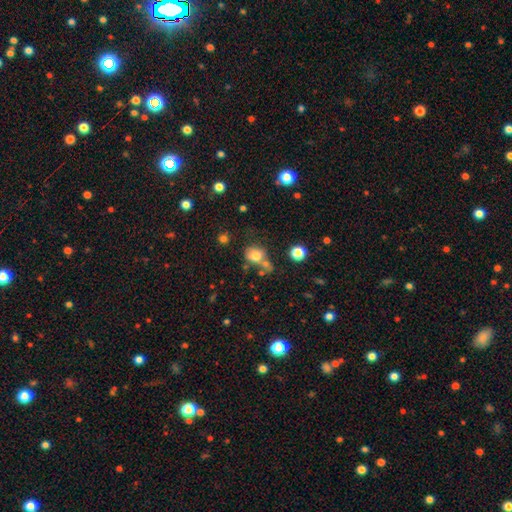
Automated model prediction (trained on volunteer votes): This appears to be a smooth galaxy with no disk features (75%) that is round (60%). Merging: none (42%).